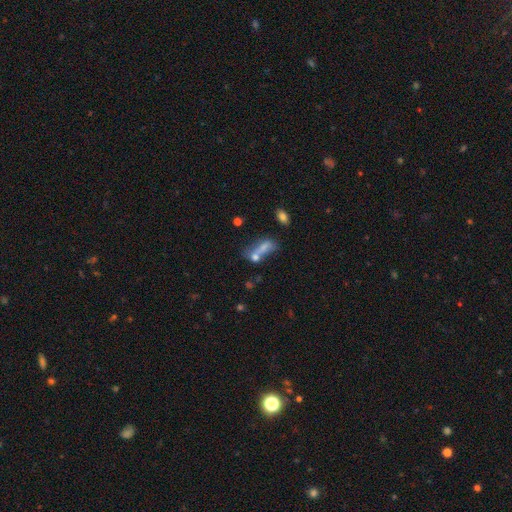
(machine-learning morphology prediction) A smooth galaxy with no disk features (63%) that is in between round and cigar-shaped (62%).

Vote fractions:
- Smooth or featured? smooth: 63% / featured or disk: 23% / star or artifact: 14%
- How rounded? in between: 62% / cigar-shaped: 23% / round: 15%
- Merging? merger: 48% / none: 26% / major disturbance: 14% / minor disturbance: 12%